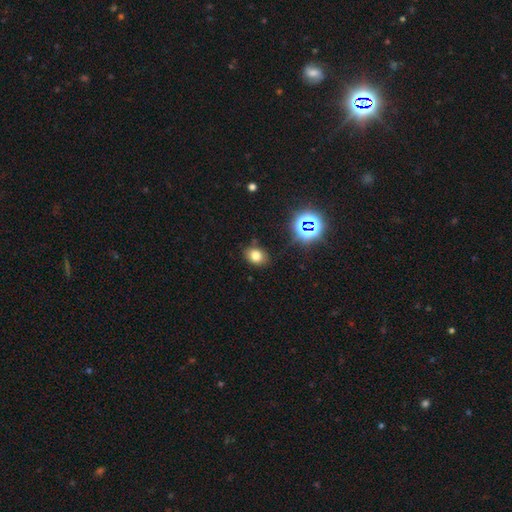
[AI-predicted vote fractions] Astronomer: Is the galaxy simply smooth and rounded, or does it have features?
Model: smooth — 74%.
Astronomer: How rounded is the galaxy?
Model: in between — 58% (runner-up: round, 41%).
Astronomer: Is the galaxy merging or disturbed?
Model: none — 79%.